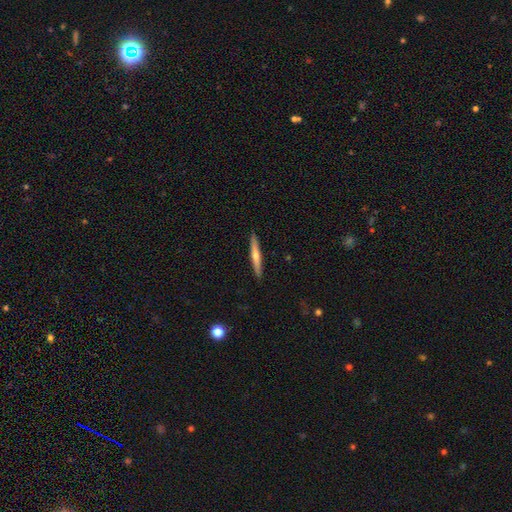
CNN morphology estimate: Smooth or featured? Predicted: smooth (p=0.52). How rounded? Predicted: cigar-shaped (p=0.95). Merging? Predicted: none (p=0.91).